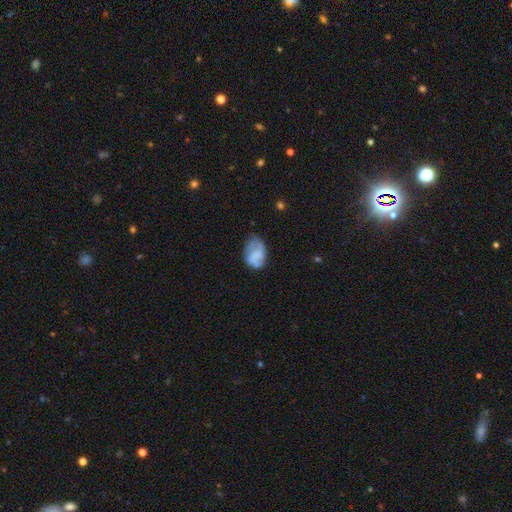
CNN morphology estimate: This is possibly a smooth galaxy (51%). How rounded: clearly in between (82%). Merging: marginally none (45%).